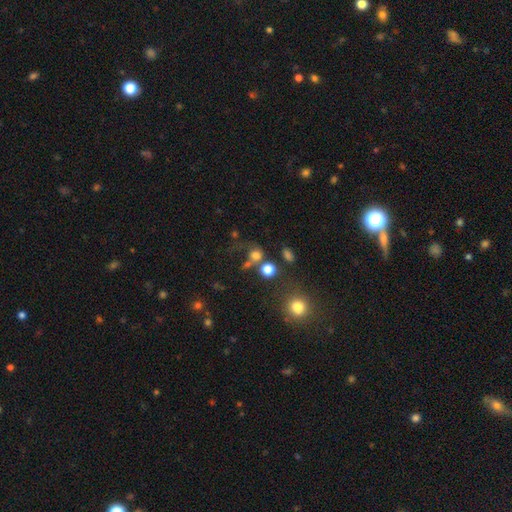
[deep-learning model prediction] Overall: smooth (73%). How rounded: round (80%). Merging: none (48%; merger 25%).